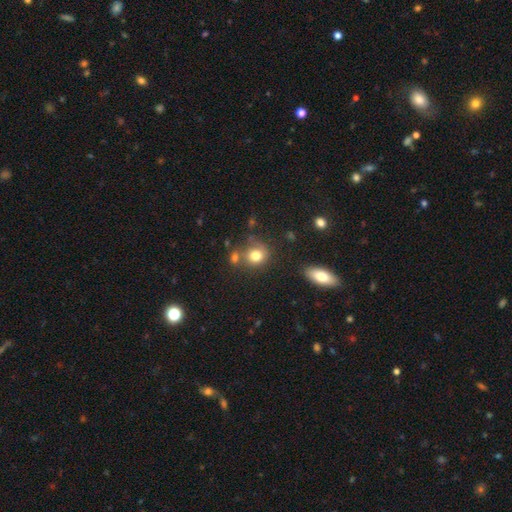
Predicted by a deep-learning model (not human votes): A smooth galaxy with no disk features (79%) that is round (76%).

Vote fractions:
- Smooth or featured? smooth: 79% / star or artifact: 11% / featured or disk: 10%
- How rounded? round: 76% / in between: 22% / cigar-shaped: 1%
- Merging? none: 61% / merger: 17% / minor disturbance: 15% / major disturbance: 6%